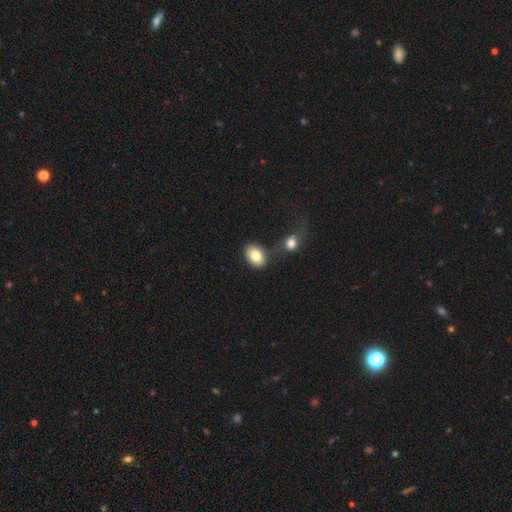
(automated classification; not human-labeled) This appears to be a smooth galaxy with no disk features (82%) that is in between round and cigar-shaped (80%). Merging: none (66%).